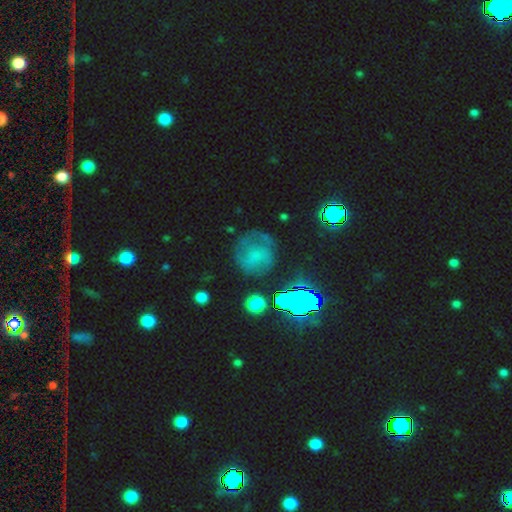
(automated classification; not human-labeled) Smooth or featured? Predicted: smooth (p=0.45). Merging? Predicted: none (p=0.61).